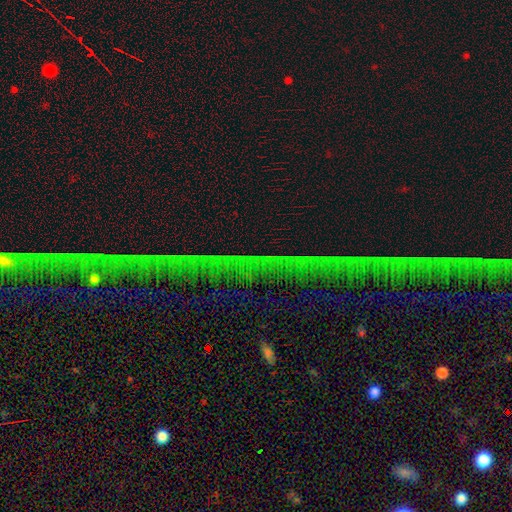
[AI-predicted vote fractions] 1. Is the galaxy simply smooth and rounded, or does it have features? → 85% star or artifact, 9% featured or disk, 6% smooth.